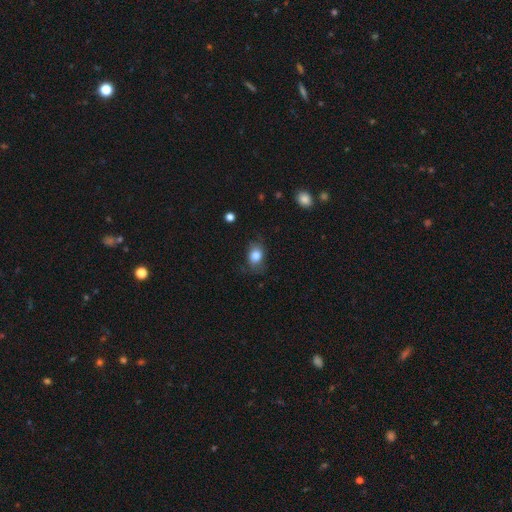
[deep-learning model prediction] This appears to be a smooth galaxy with no disk features (81%) that is in between round and cigar-shaped (62%). Merging: none (66%).